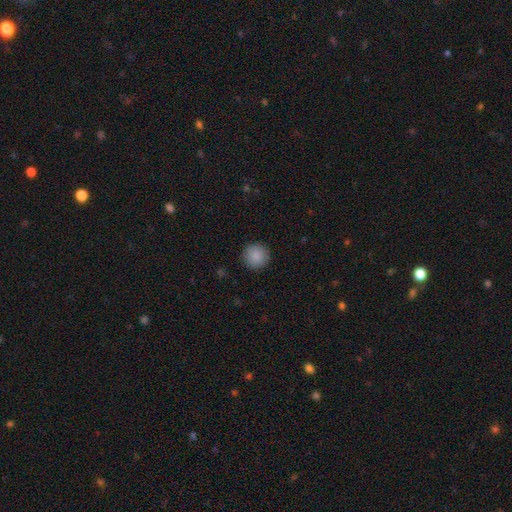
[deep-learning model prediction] This appears to be a smooth galaxy with no disk features (88%) that is round (95%). Merging: none (92%).